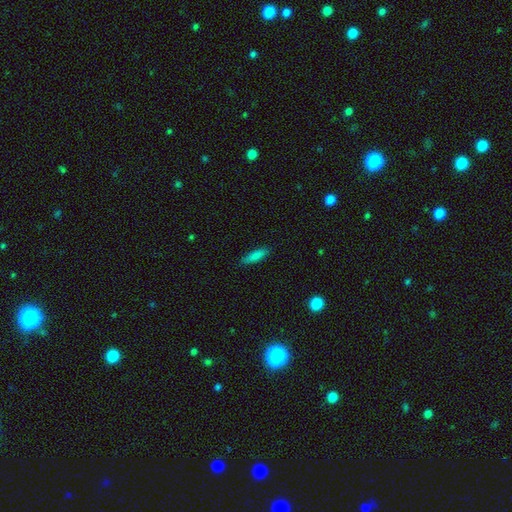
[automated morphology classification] A smooth galaxy with no disk features (82%) that is cigar-shaped (70%). Merging: none (86%).